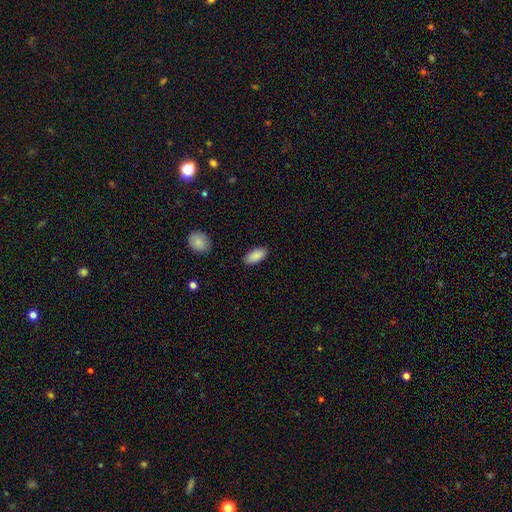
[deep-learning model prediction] Smooth or featured?
  - smooth: 89% *
  - star or artifact: 7%
  - featured or disk: 5%
How rounded?
  - in between: 90% *
  - cigar-shaped: 8%
  - round: 2%
Merging?
  - none: 88% *
  - minor disturbance: 9%
  - major disturbance: 2%
  - merger: 1%